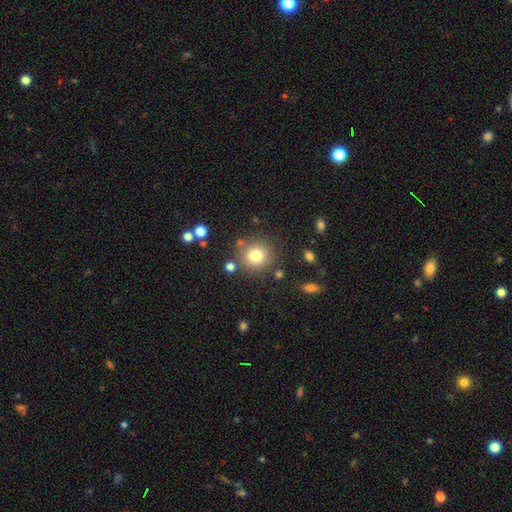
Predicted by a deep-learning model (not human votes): This is likely a smooth galaxy (79%). How rounded: clearly round (92%). Merging: clearly none (82%).